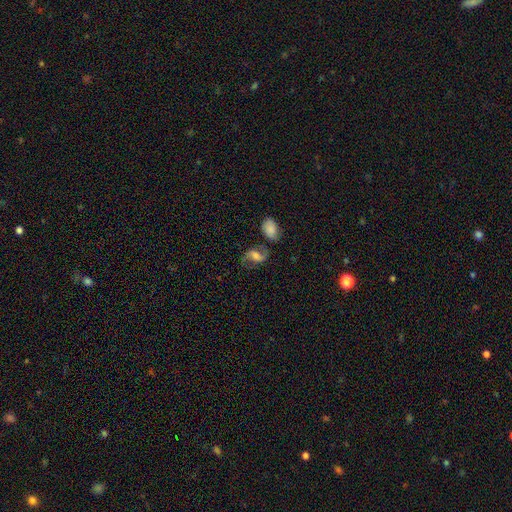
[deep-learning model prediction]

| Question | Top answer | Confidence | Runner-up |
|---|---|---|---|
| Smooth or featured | featured or disk | 64% | smooth (26%) |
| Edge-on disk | no | 96% | yes (4%) |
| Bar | weak | 45% | no (34%) |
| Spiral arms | yes | 91% | no (9%) |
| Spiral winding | loose | 57% | medium (34%) |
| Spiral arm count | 2 | 90% | can't tell (4%) |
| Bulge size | moderate | 42% | small (23%) |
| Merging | none | 61% | minor disturbance (18%) |